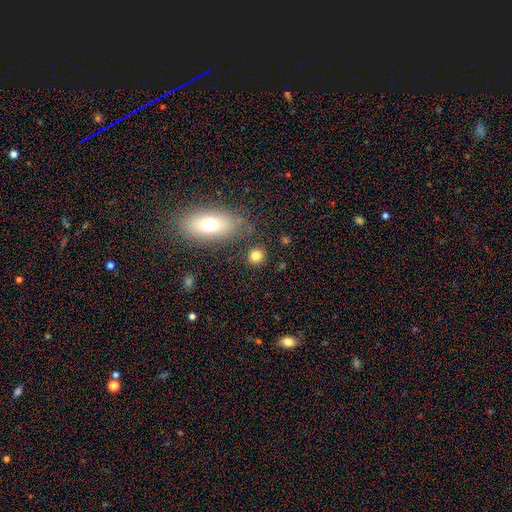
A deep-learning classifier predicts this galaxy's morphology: smooth-or-featured: smooth: 80% | star or artifact: 12% | featured or disk: 8%
  how-rounded: round: 85% | in between: 13% | cigar-shaped: 1%
  merging: none: 86% | minor disturbance: 7% | merger: 4% | major disturbance: 3%